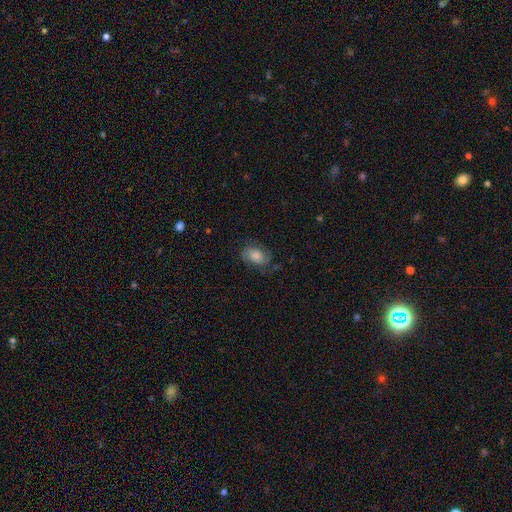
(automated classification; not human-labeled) A smooth galaxy with no disk features (53%) that is in between round and cigar-shaped (83%). Merging: none (66%).